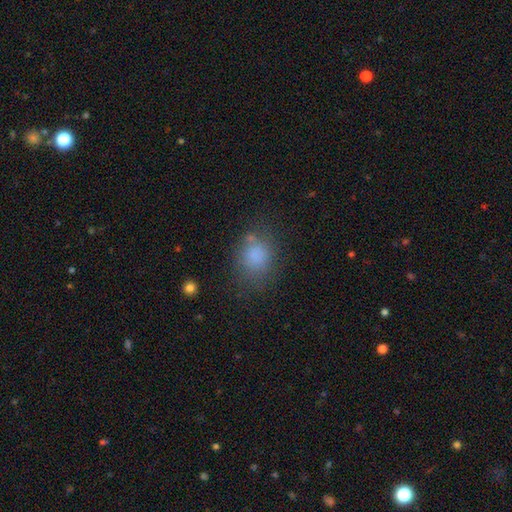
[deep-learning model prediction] Smooth or featured?
  - smooth: 78% *
  - star or artifact: 13%
  - featured or disk: 9%
How rounded?
  - round: 51% *
  - in between: 48%
  - cigar-shaped: 1%
Merging?
  - none: 63% *
  - minor disturbance: 21%
  - major disturbance: 11%
  - merger: 6%